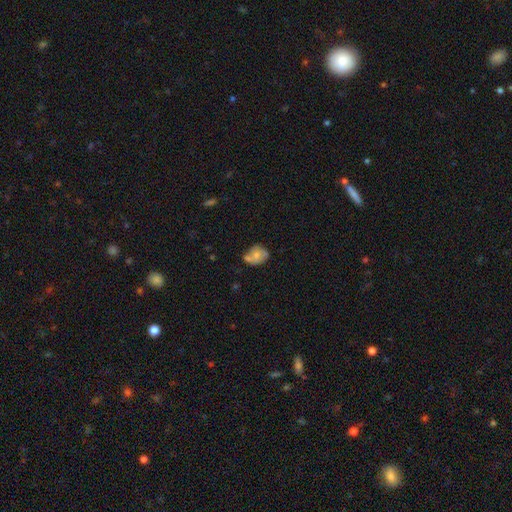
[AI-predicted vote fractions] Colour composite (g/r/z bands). It shows a smooth galaxy with no disk features (61%) that is round (50%). Merging: none (44%).